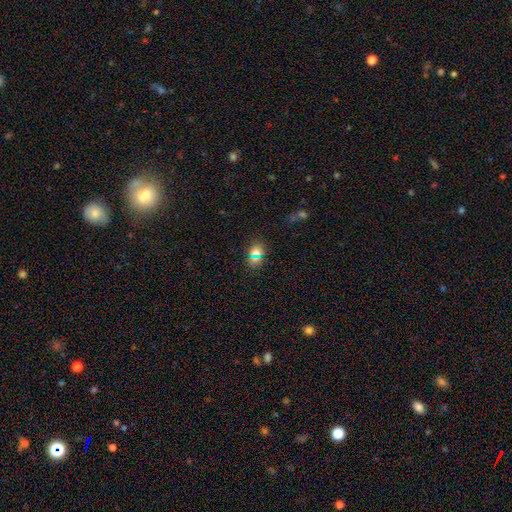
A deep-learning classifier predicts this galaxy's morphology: This is likely a smooth galaxy (66%). How rounded: possibly in between (49%). Merging: clearly none (84%).